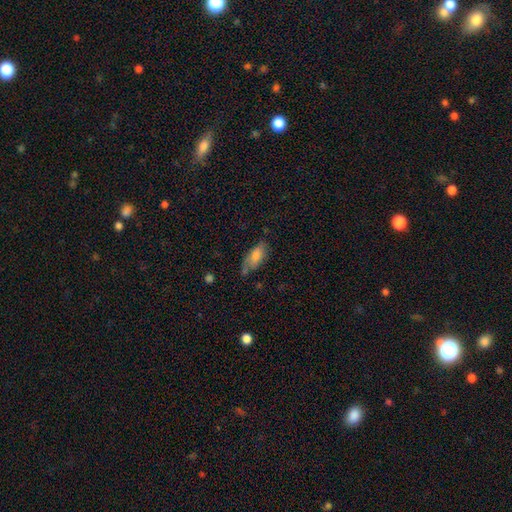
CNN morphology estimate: Smooth or featured? Predicted: smooth (p=0.73). How rounded? Predicted: in between (p=0.83). Merging? Predicted: none (p=0.59).